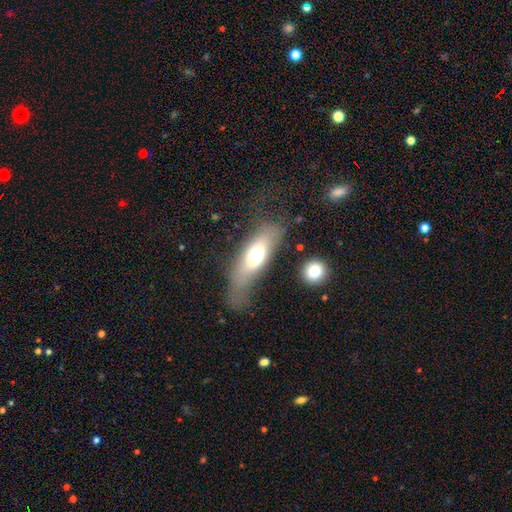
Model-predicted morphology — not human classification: Q: Smooth or featured?
A: smooth (58%); runner-up: featured or disk (33%)
Q: How rounded?
A: in between (65%); runner-up: cigar-shaped (29%)
Q: Merging?
A: none (52%); runner-up: major disturbance (22%)